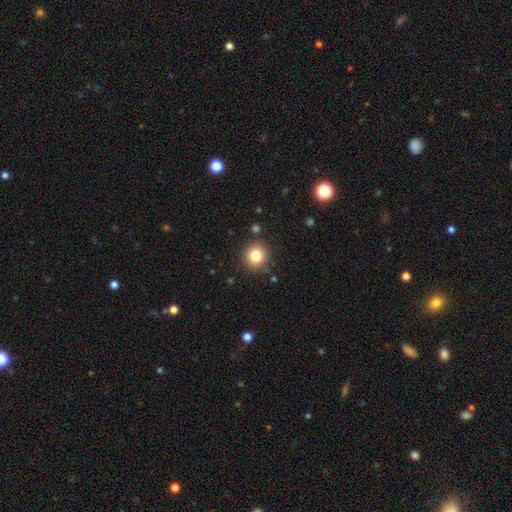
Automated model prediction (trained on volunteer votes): Smooth or featured: smooth — 82% (star or artifact — 12%)
How rounded: round — 91% (in between — 8%)
Merging: none — 88% (minor disturbance — 7%)